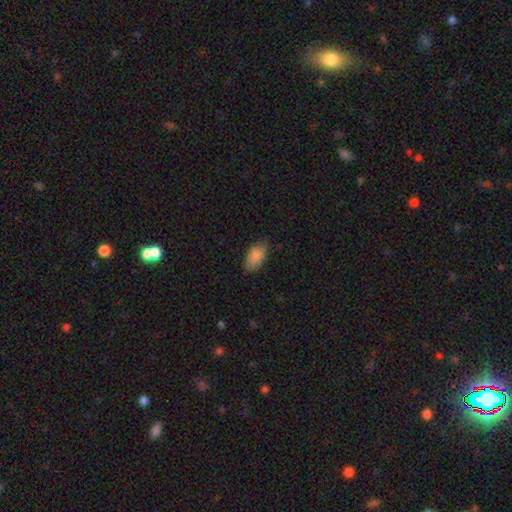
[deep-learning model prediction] Smooth or featured: smooth — 86% (featured or disk — 7%)
How rounded: in between — 93% (round — 4%)
Merging: none — 78% (minor disturbance — 18%)